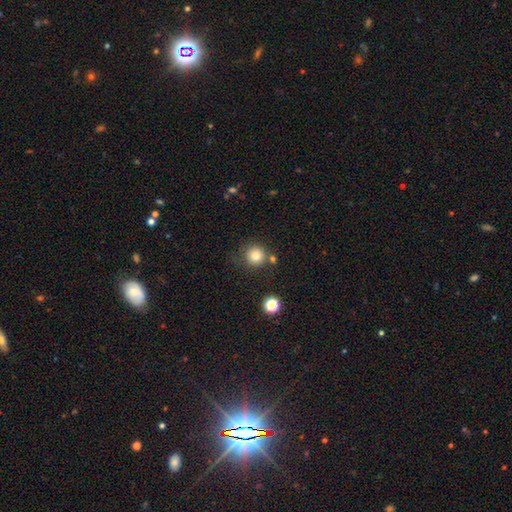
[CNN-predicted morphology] type=smooth (81%); roundness=round (93%); merging=none (71%).